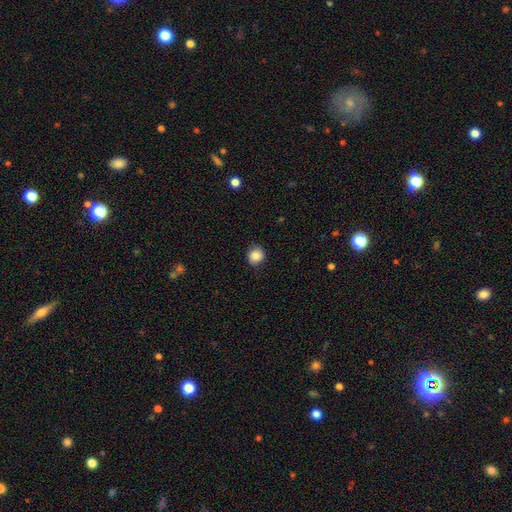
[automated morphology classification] smooth 87%, star or artifact 9%, featured or disk 4%. Down the decision tree: how rounded — round (88%); merging — none (86%).